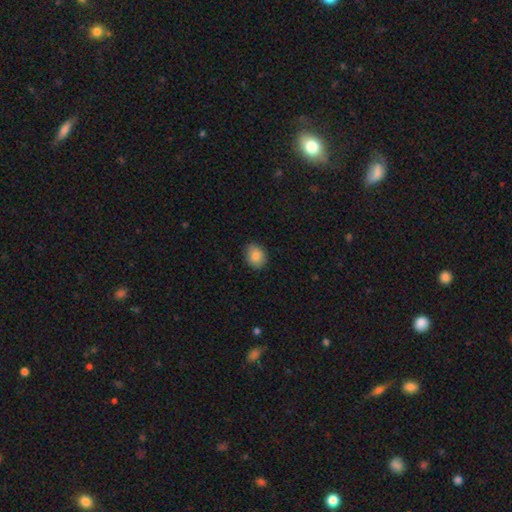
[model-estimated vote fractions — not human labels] The model was most divided on "how rounded": round: 52%, in between: 47%, cigar-shaped: 1%. More confident: merging — none (86%); smooth or featured — smooth (84%).